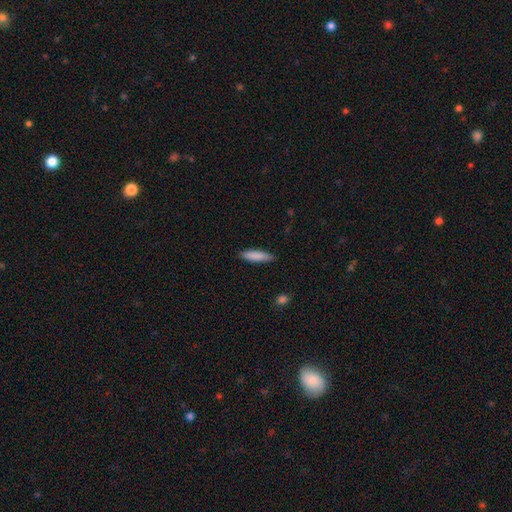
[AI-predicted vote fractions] The model was most divided on "how rounded": cigar-shaped: 65%, in between: 33%, round: 1%. More confident: smooth or featured — smooth (86%); merging — none (85%).